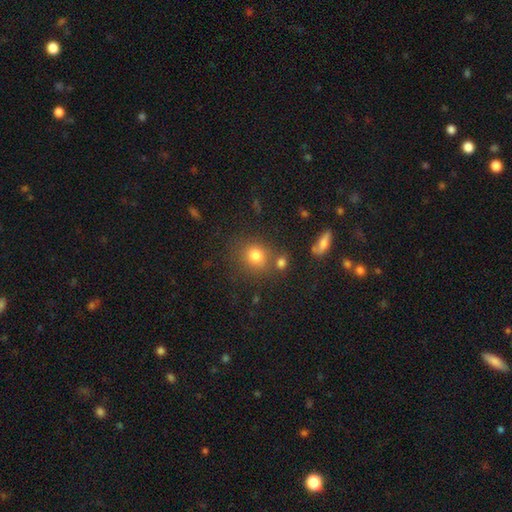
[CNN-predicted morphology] This appears to be a smooth galaxy with no disk features (78%) that is round (82%). Merging: none (72%).